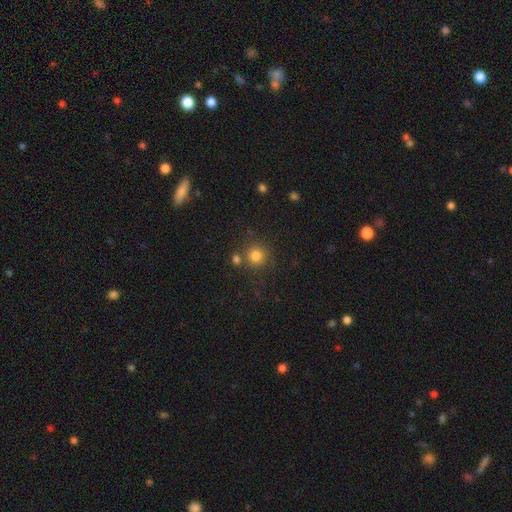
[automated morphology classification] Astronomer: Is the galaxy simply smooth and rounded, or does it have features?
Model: smooth — 80%.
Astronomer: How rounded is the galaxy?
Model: round — 92%.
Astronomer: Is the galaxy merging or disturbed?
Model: none — 73%.